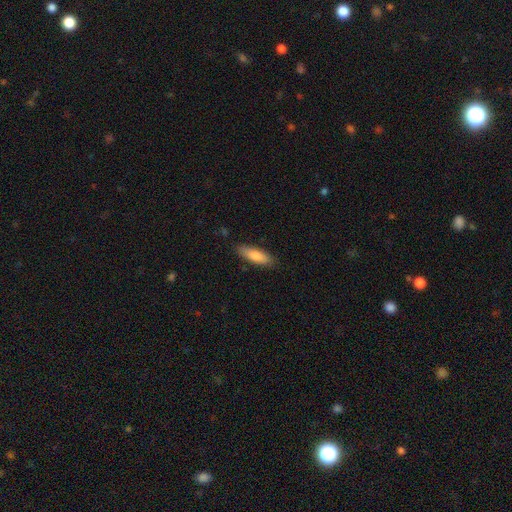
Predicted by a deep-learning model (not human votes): smooth_or_featured: smooth (p=0.81) [alt: featured or disk p=0.13]
how_rounded: cigar-shaped (p=0.50) [alt: in between p=0.48]
merging: none (p=0.85) [alt: minor disturbance p=0.12]